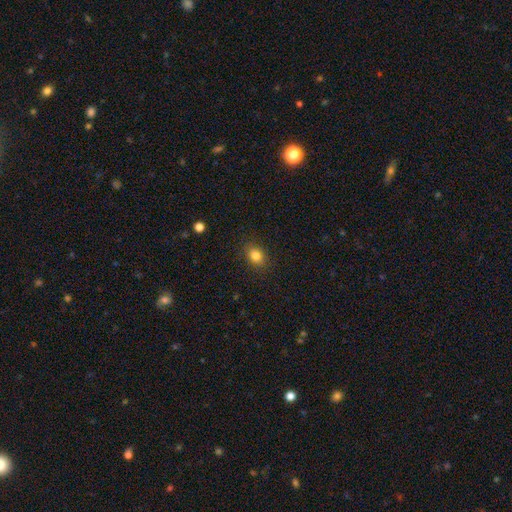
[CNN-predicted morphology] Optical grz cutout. It shows a smooth galaxy with no disk features (83%) that is in between round and cigar-shaped (57%). Merging: none (88%).